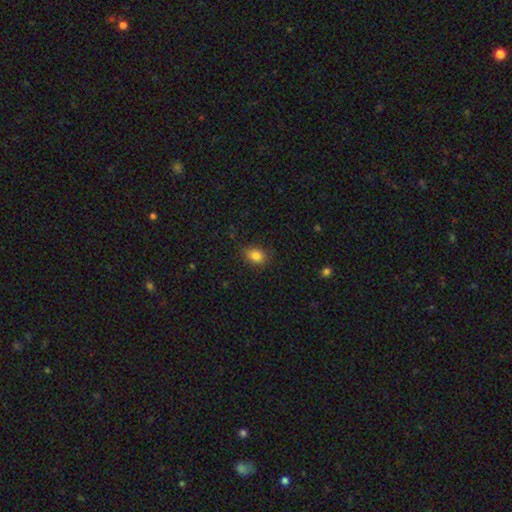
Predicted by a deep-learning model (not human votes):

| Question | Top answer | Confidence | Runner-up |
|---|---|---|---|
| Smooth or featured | smooth | 83% | star or artifact (11%) |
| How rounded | in between | 65% | round (33%) |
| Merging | none | 81% | minor disturbance (15%) |